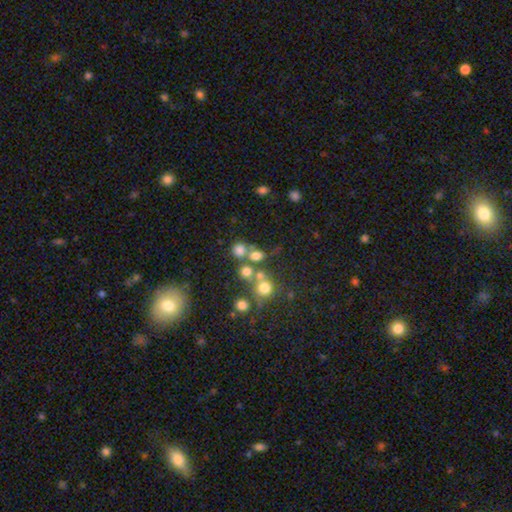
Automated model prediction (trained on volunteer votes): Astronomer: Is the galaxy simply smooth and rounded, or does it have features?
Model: smooth — 65%.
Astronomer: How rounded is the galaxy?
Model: round — 76%.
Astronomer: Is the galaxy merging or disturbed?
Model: none — 52% (runner-up: merger, 32%).